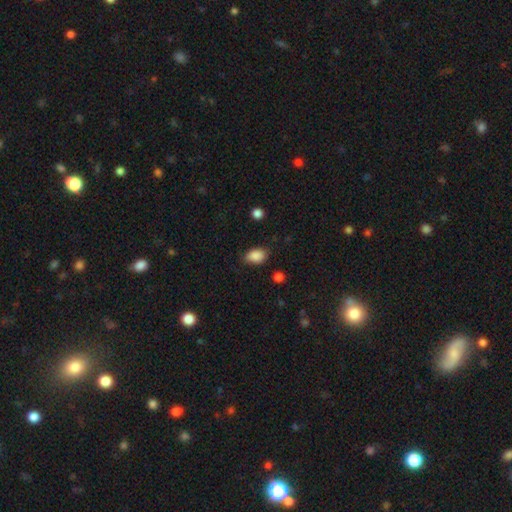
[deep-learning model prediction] This appears to be a smooth galaxy with no disk features (88%) that is in between round and cigar-shaped (84%). Merging: none (76%).